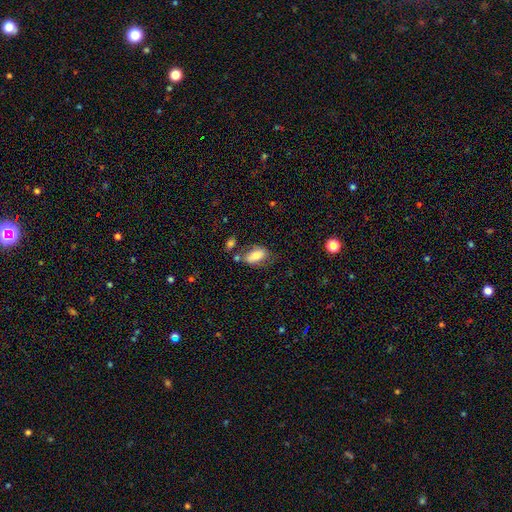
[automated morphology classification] Overall: smooth (73%). How rounded: in between (89%). Merging: none (57%; minor disturbance 21%).